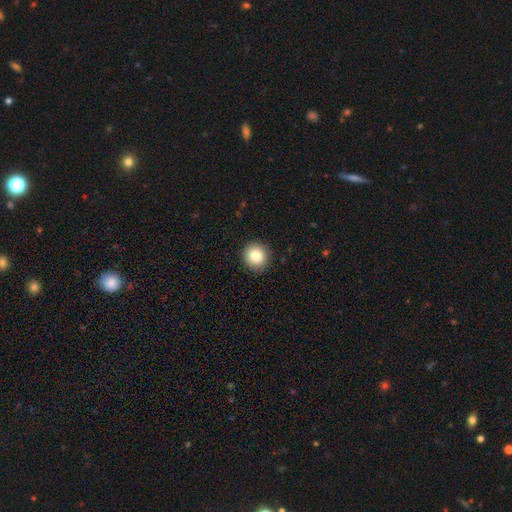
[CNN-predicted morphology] Smooth or featured: smooth — 84% (star or artifact — 9%)
How rounded: round — 91% (in between — 8%)
Merging: none — 91% (minor disturbance — 6%)